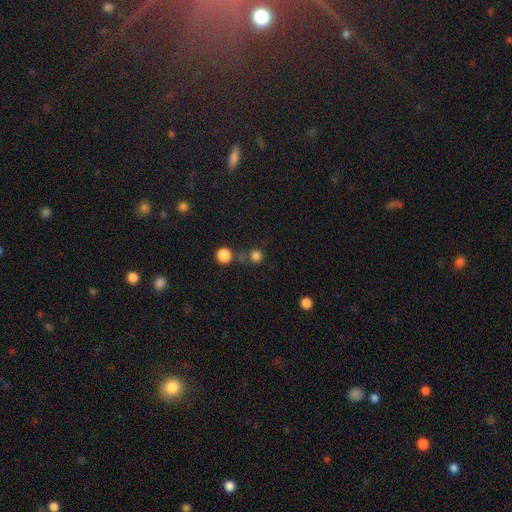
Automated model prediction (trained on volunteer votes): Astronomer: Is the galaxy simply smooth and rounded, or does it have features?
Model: smooth — 78%.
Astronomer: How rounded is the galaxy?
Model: round — 90%.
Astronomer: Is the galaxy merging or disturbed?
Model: none — 64%.